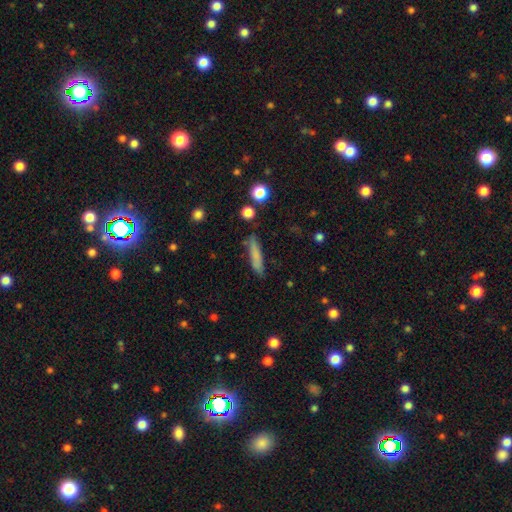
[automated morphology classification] The model was most divided on "smooth or featured": smooth: 75%, featured or disk: 17%, star or artifact: 8%. More confident: how rounded — cigar-shaped (88%); merging — none (82%).